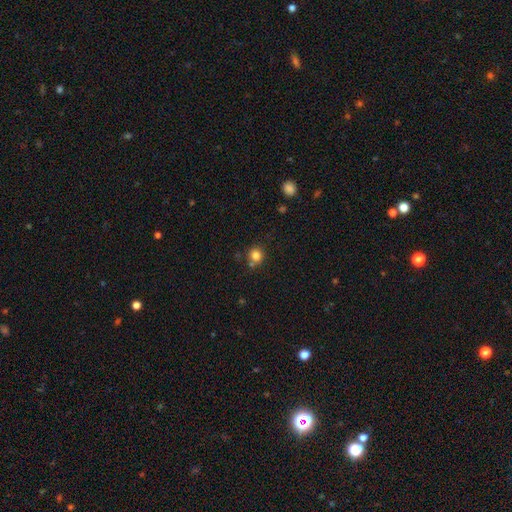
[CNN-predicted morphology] Q: Smooth or featured?
A: smooth (82%); runner-up: star or artifact (12%)
Q: How rounded?
A: round (89%); runner-up: in between (10%)
Q: Merging?
A: none (71%); runner-up: merger (14%)